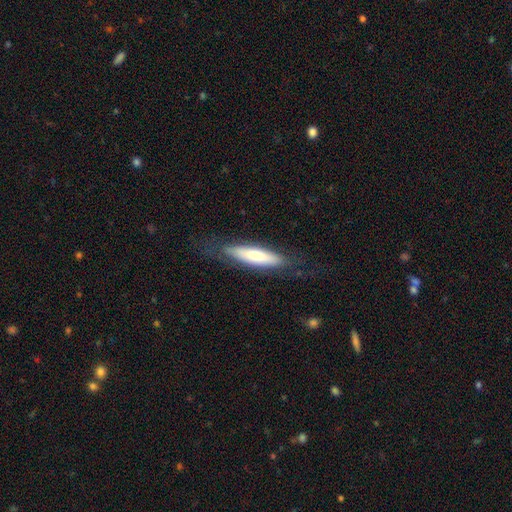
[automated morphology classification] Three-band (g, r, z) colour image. It shows a smooth galaxy with no disk features (67%) that is cigar-shaped (69%). Merging: none (76%).